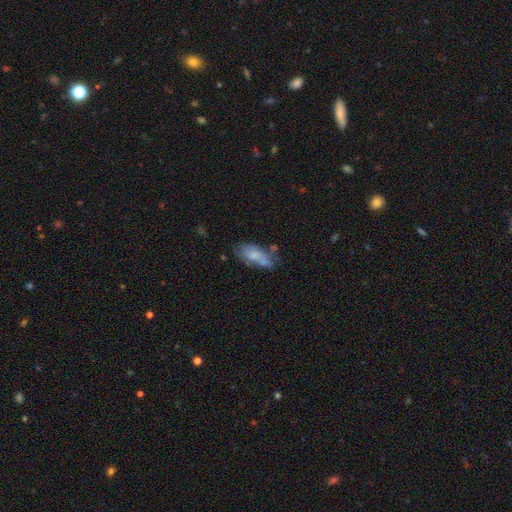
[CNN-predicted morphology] A smooth galaxy with no disk features (62%) that is in between round and cigar-shaped (79%).

Vote fractions:
- Smooth or featured? smooth: 62% / featured or disk: 30% / star or artifact: 8%
- How rounded? in between: 79% / cigar-shaped: 18% / round: 2%
- Merging? none: 49% / minor disturbance: 28% / major disturbance: 12% / merger: 11%